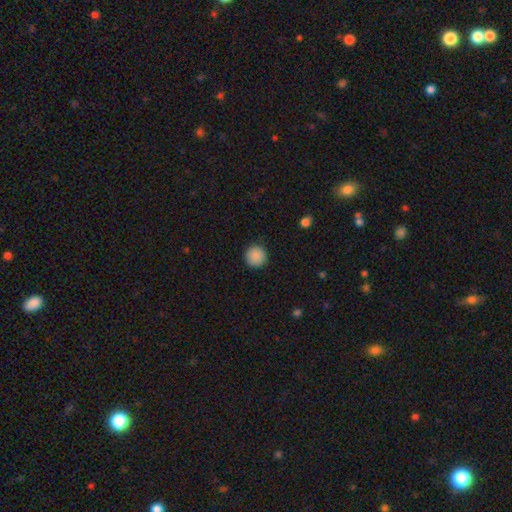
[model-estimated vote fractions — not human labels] Morphology: type=smooth (89%); roundness=round (96%); merging=none (91%).